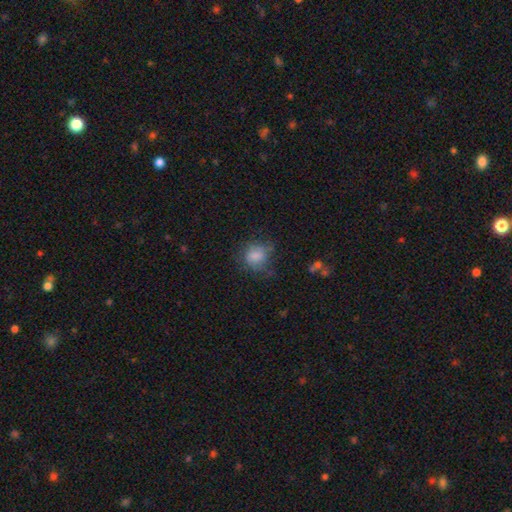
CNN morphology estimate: smooth 75%, featured or disk 15%, star or artifact 10%. Down the decision tree: how rounded — round (67%); merging — none (54%).